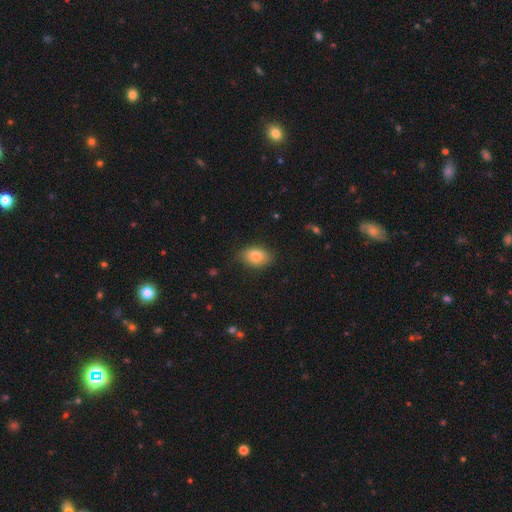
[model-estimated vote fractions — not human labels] This is clearly a smooth galaxy (84%). How rounded: clearly in between (83%). Merging: likely none (79%).